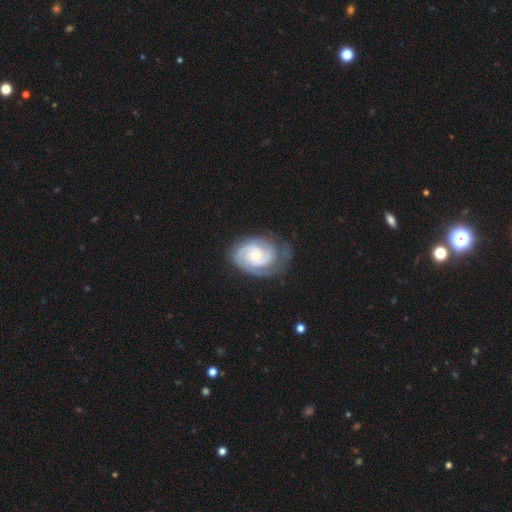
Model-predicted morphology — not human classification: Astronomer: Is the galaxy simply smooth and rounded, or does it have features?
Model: featured or disk — 88%.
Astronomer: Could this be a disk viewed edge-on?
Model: no — 98%.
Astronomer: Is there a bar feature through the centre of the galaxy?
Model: no — 67%.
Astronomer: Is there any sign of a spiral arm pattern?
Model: yes — 98%.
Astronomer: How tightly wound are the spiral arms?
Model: tight — 64%.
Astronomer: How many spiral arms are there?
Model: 2 — 48% (runner-up: 3, 28%).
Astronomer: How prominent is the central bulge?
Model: small — 56% (runner-up: moderate, 37%).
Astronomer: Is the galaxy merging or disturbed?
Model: none — 65%.